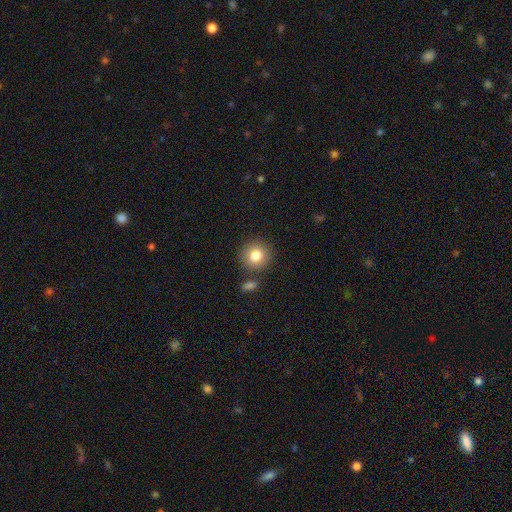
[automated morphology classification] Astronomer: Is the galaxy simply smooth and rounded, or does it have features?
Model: smooth — 82%.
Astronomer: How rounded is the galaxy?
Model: round — 90%.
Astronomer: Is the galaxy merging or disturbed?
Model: none — 82%.